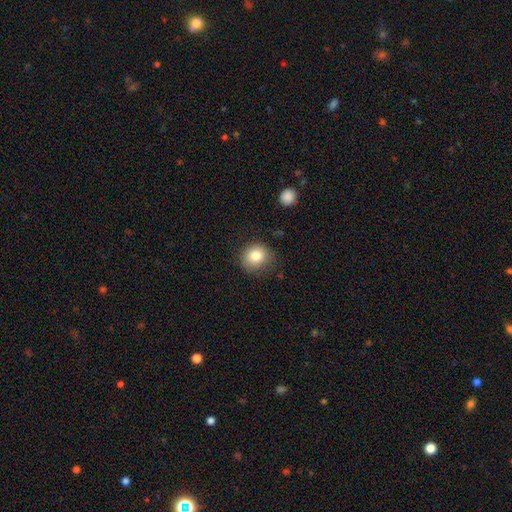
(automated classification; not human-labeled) A smooth galaxy with no disk features (83%) that is round (81%).

Vote fractions:
- Smooth or featured? smooth: 83% / star or artifact: 10% / featured or disk: 8%
- How rounded? round: 81% / in between: 18% / cigar-shaped: 1%
- Merging? none: 77% / minor disturbance: 16% / major disturbance: 5% / merger: 2%